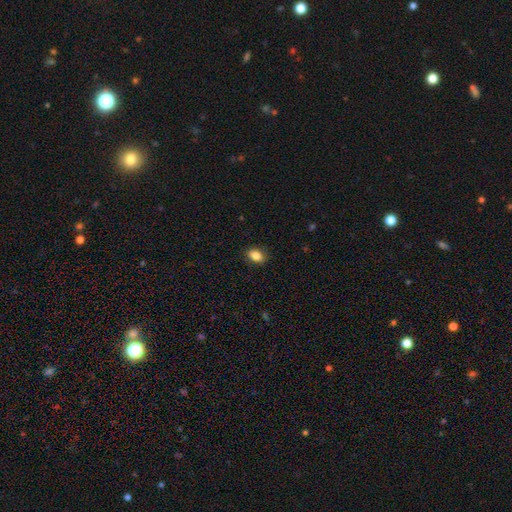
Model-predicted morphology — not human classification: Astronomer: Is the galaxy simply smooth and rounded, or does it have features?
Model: smooth — 86%.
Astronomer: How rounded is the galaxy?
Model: in between — 81%.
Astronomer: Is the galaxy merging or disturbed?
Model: none — 88%.